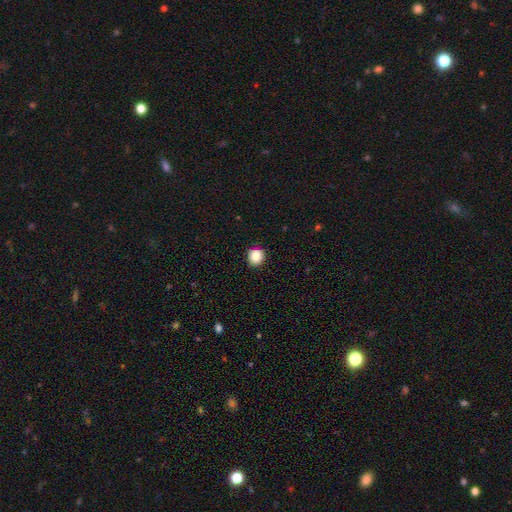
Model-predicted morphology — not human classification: Smooth or featured?
  - smooth: 85% *
  - star or artifact: 10%
  - featured or disk: 5%
How rounded?
  - round: 91% *
  - in between: 8%
  - cigar-shaped: 1%
Merging?
  - none: 89% *
  - minor disturbance: 8%
  - major disturbance: 2%
  - merger: 1%